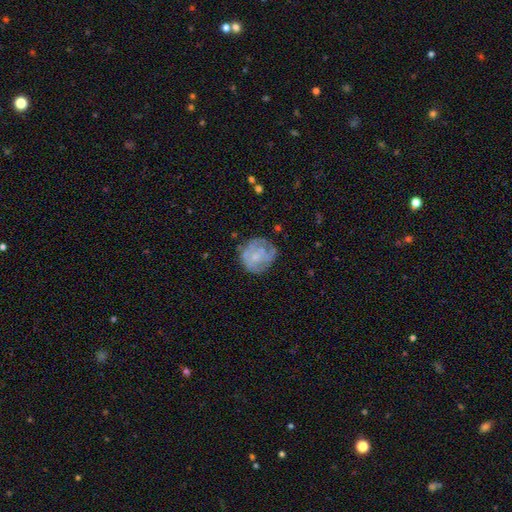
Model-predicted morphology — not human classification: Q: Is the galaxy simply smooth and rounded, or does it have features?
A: featured or disk — 53%.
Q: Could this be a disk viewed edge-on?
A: no — 98%.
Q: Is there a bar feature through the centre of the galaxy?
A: no — 75%.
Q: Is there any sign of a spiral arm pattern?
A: no — 51%.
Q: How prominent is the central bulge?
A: small — 44%.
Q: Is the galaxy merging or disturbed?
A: none — 64%.